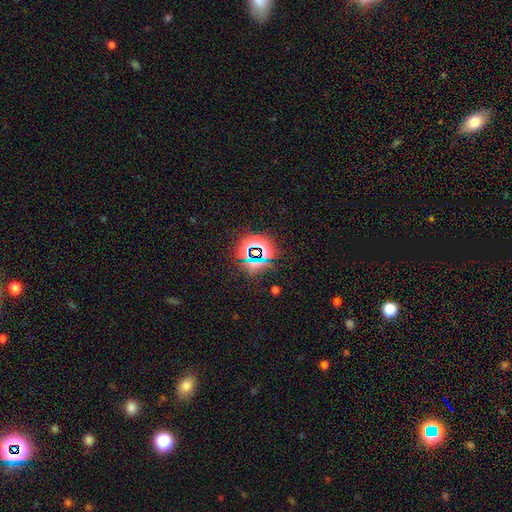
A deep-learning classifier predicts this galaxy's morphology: A star or artifact, not a galaxy (76%).